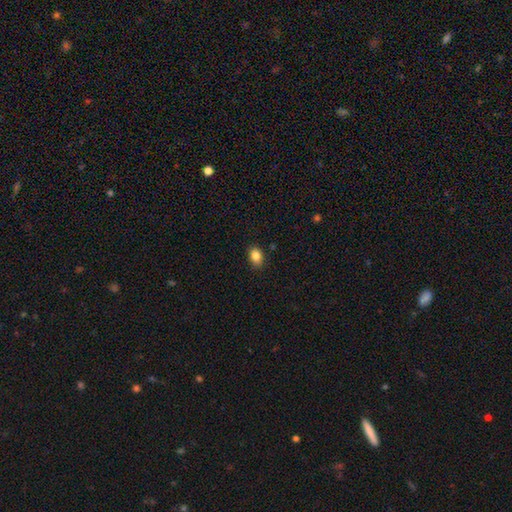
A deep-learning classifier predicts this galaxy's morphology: Smooth or featured? smooth (85%)
How rounded? in between (69%)
Merging? none (86%)